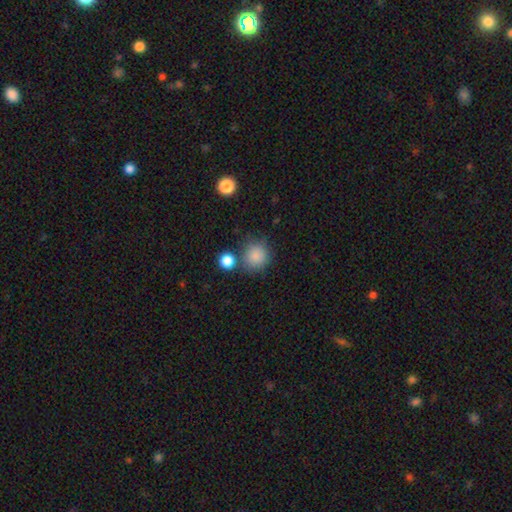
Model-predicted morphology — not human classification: A smooth galaxy with no disk features (85%) that is round (89%).

Vote fractions:
- Smooth or featured? smooth: 85% / star or artifact: 10% / featured or disk: 5%
- How rounded? round: 89% / in between: 10% / cigar-shaped: 1%
- Merging? none: 73% / minor disturbance: 12% / merger: 10% / major disturbance: 4%